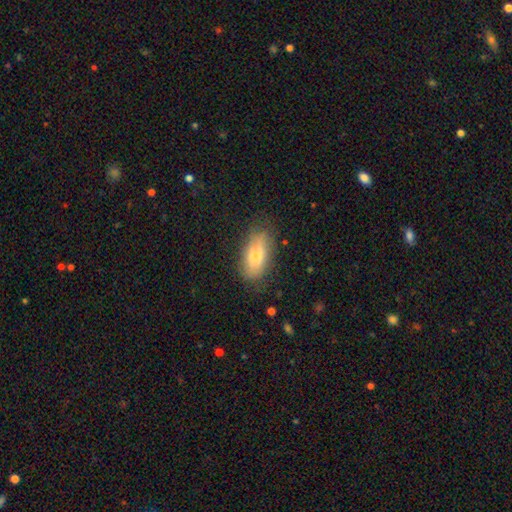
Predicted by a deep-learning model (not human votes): Smooth or featured: smooth — 72% (featured or disk — 21%)
How rounded: in between — 83% (cigar-shaped — 13%)
Merging: none — 75% (minor disturbance — 19%)